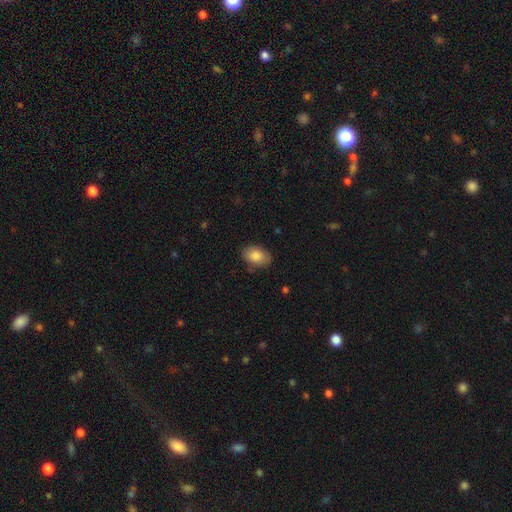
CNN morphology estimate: This appears to be a smooth galaxy with no disk features (86%) that is in between round and cigar-shaped (88%). Merging: none (81%).